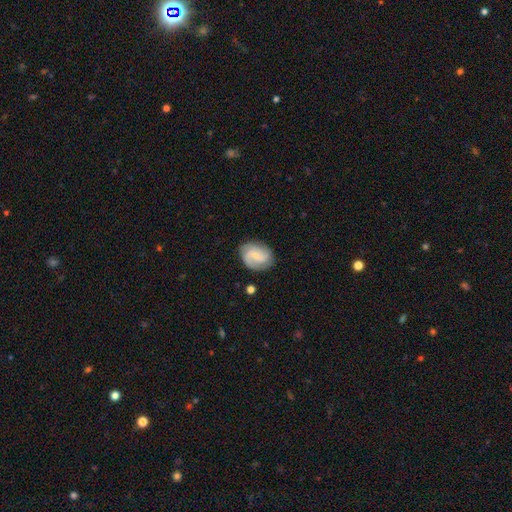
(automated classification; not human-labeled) Smooth or featured?
  - featured or disk: 64% *
  - smooth: 29%
  - star or artifact: 6%
Edge-on disk?
  - no: 98% *
  - yes: 2%
Bar?
  - no: 50% *
  - weak: 43%
  - strong: 8%
Spiral arms?
  - yes: 93% *
  - no: 7%
Spiral winding?
  - medium: 46% *
  - tight: 32%
  - loose: 22%
Spiral arm count?
  - 2: 68% *
  - can't tell: 13%
  - 3: 10%
  - 1: 4%
  - 4: 2%
  - more than 4: 2%
Bulge size?
  - small: 65% *
  - moderate: 21%
  - none: 12%
  - large: 2%
  - dominant: 1%
Merging?
  - none: 76% *
  - minor disturbance: 18%
  - major disturbance: 5%
  - merger: 2%